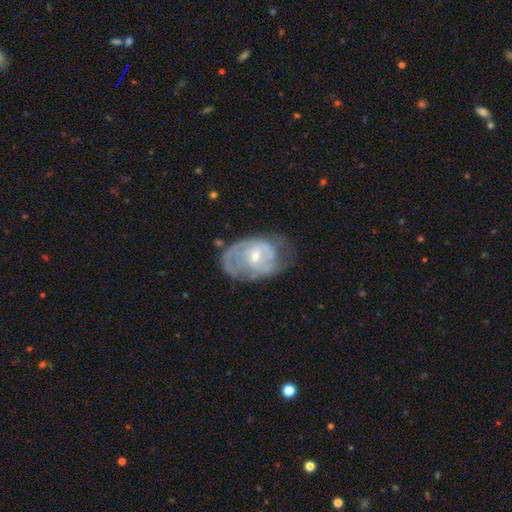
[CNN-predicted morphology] Smooth or featured: featured or disk — 71% (smooth — 22%)
Edge-on disk: no — 96% (yes — 4%)
Bar: no — 51% (weak — 40%)
Spiral arms: yes — 71% (no — 29%)
Bulge size: small — 56% (moderate — 40%)
Merging: none — 44% (minor disturbance — 31%)